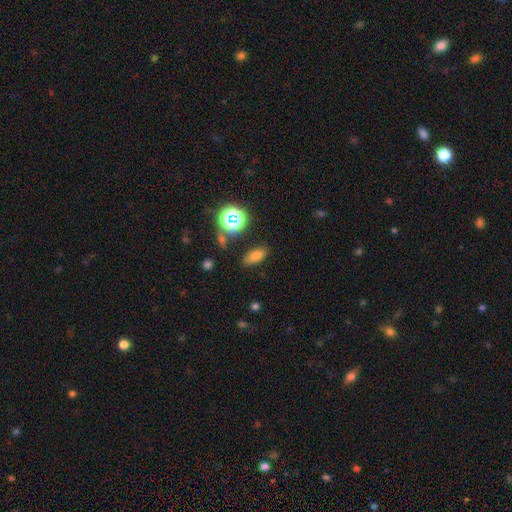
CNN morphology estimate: smooth 72%, star or artifact 19%, featured or disk 9%. Down the decision tree: how rounded — in between (81%); merging — none (80%).